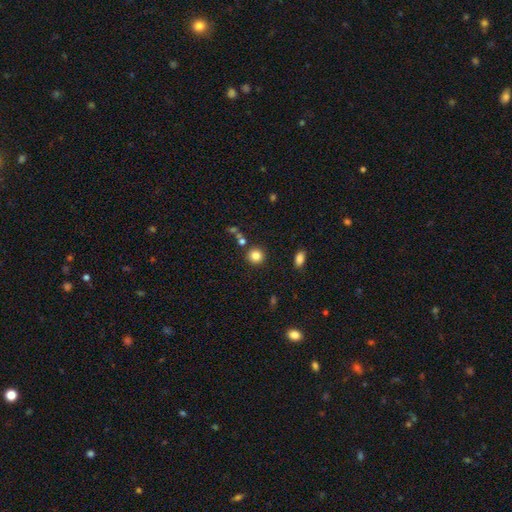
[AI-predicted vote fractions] This appears to be a smooth galaxy with no disk features (83%) that is round (91%). Merging: none (86%).